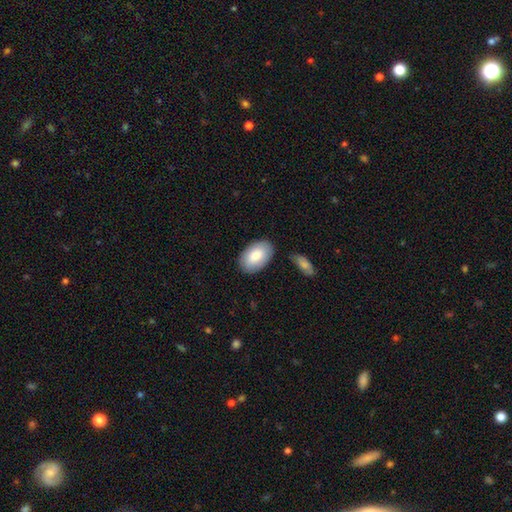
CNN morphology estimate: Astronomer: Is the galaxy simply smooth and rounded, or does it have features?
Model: smooth — 84%.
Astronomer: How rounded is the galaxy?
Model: in between — 94%.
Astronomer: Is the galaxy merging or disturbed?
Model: none — 81%.